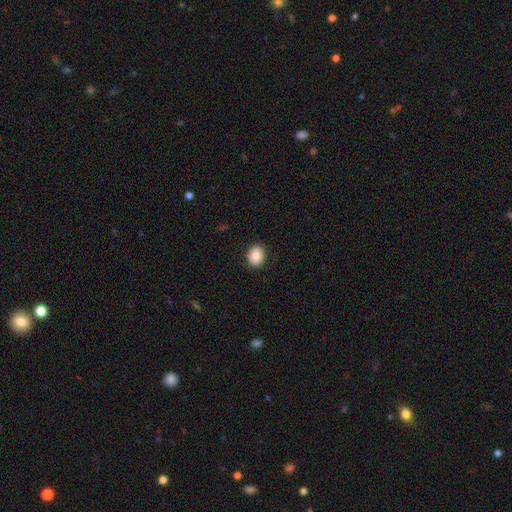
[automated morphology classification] This appears to be a smooth galaxy with no disk features (83%) that is round (57%). Merging: none (88%).